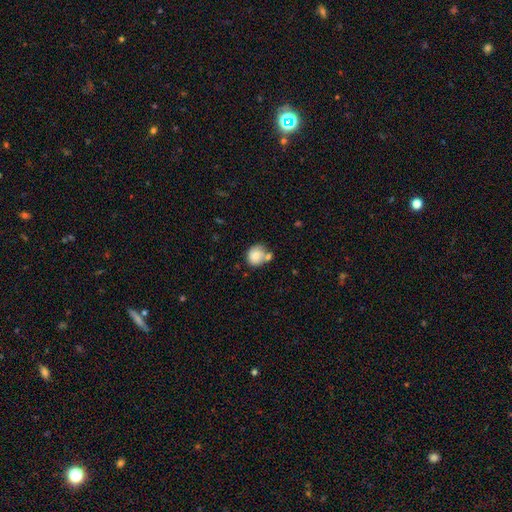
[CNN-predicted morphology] Smooth or featured?
  - smooth: 80% *
  - featured or disk: 12%
  - star or artifact: 8%
How rounded?
  - round: 71% *
  - in between: 28%
  - cigar-shaped: 1%
Merging?
  - none: 46% *
  - merger: 31%
  - minor disturbance: 17%
  - major disturbance: 6%